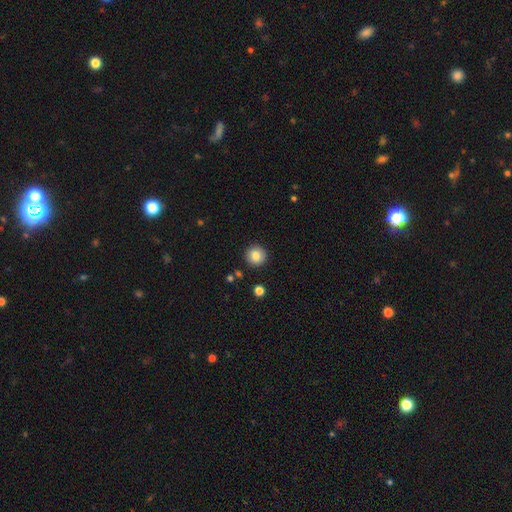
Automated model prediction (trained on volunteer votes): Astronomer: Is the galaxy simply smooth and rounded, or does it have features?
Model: smooth — 84%.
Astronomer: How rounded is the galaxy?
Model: round — 95%.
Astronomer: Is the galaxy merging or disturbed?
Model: none — 91%.